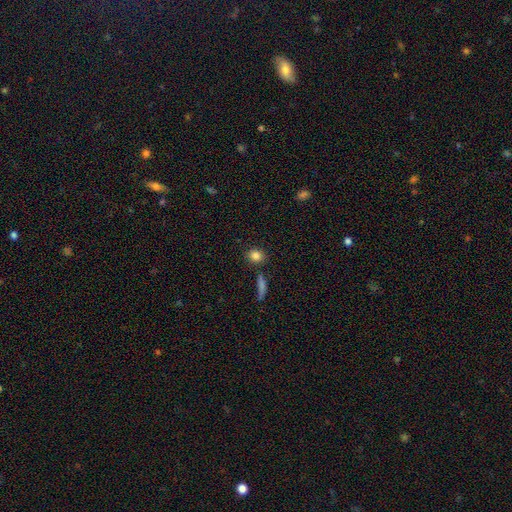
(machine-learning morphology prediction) Smooth or featured?
  - smooth: 84% *
  - star or artifact: 10%
  - featured or disk: 6%
How rounded?
  - round: 70% *
  - in between: 27%
  - cigar-shaped: 3%
Merging?
  - none: 81% *
  - minor disturbance: 9%
  - merger: 7%
  - major disturbance: 3%